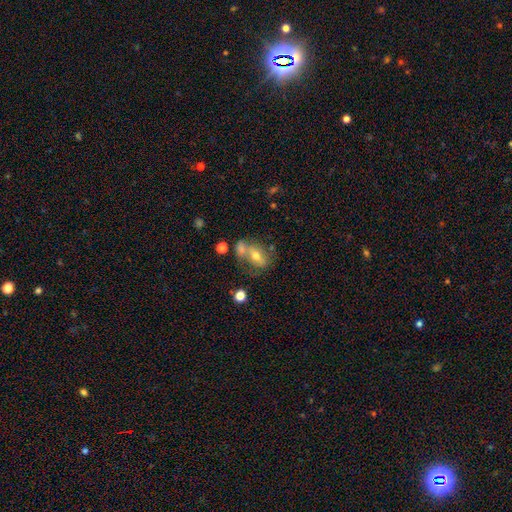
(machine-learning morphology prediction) type=smooth (47%); merging=none (41%).